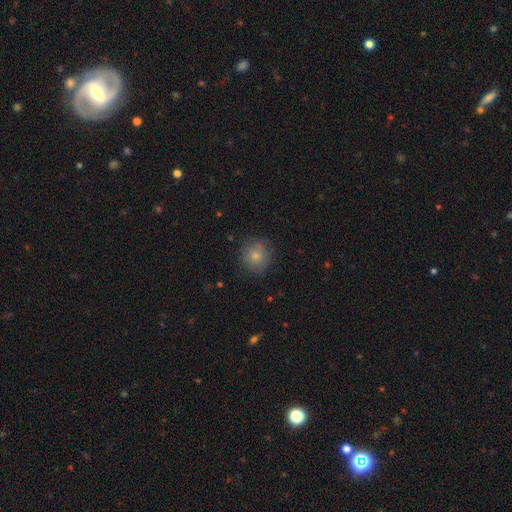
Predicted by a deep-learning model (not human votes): Smooth or featured? Predicted: smooth (p=0.79). How rounded? Predicted: round (p=0.89). Merging? Predicted: none (p=0.81).